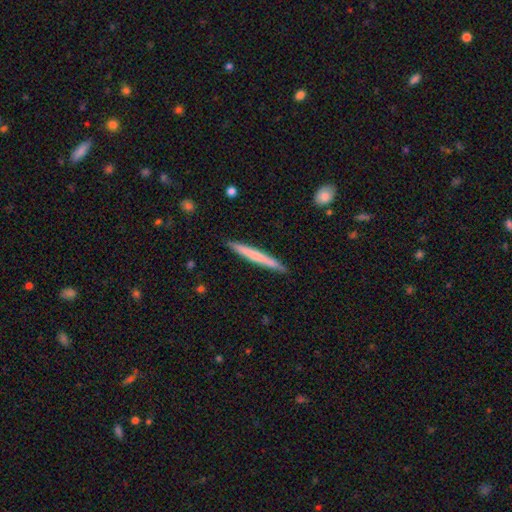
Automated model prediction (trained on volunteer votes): This is possibly a smooth galaxy (59%). How rounded: clearly cigar-shaped (97%). Merging: clearly none (91%).